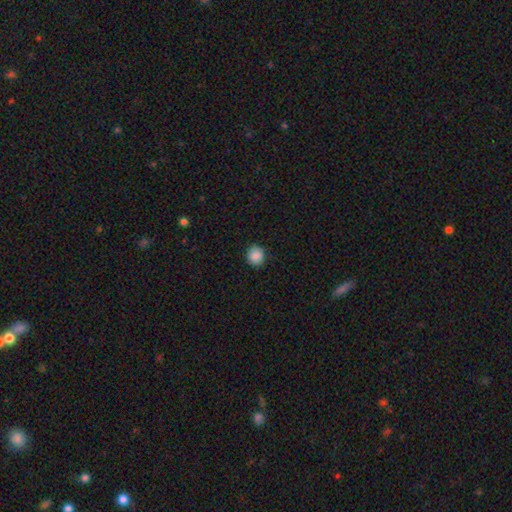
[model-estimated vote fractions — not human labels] smooth-or-featured: smooth: 88% | star or artifact: 9% | featured or disk: 3%
  how-rounded: round: 87% | in between: 12% | cigar-shaped: 1%
  merging: none: 91% | minor disturbance: 7% | major disturbance: 2% | merger: 1%